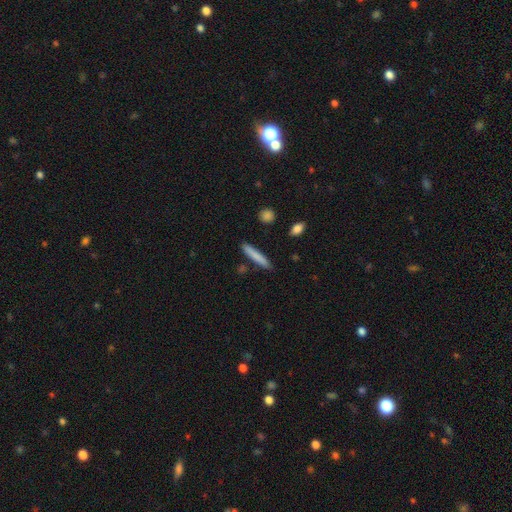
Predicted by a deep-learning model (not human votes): Smooth or featured: smooth — 79% (featured or disk — 15%)
How rounded: cigar-shaped — 93% (in between — 6%)
Merging: none — 86% (minor disturbance — 9%)